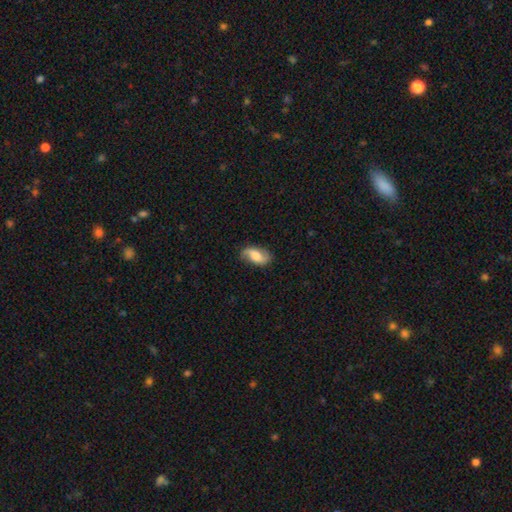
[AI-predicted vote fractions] Smooth or featured: featured or disk — 50% (smooth — 42%)
Edge-on disk: no — 93% (yes — 7%)
Merging: none — 79% (minor disturbance — 15%)